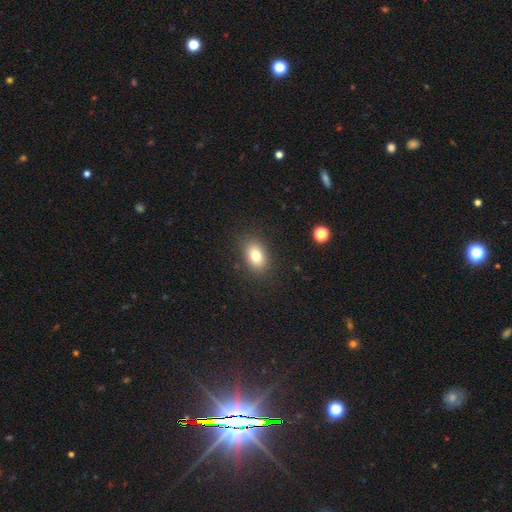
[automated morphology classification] A smooth galaxy with no disk features (78%) that is in between round and cigar-shaped (80%). Merging: none (86%).